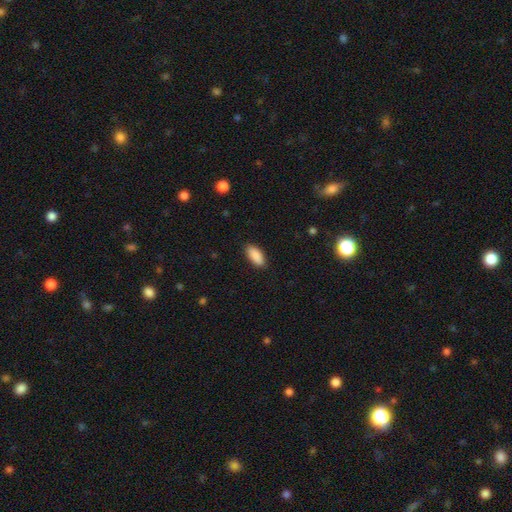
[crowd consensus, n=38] A smooth galaxy with no disk features (92%) that is in between round and cigar-shaped (91%). Merging: none (86%).